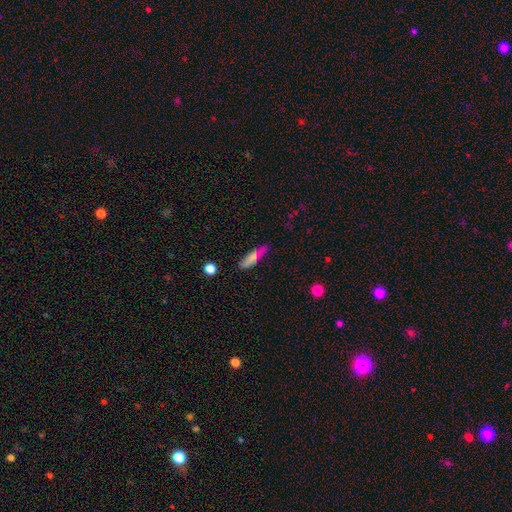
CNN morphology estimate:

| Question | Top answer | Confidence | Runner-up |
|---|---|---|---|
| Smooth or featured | smooth | 75% | featured or disk (17%) |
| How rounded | cigar-shaped | 68% | in between (29%) |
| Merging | none | 73% | minor disturbance (19%) |